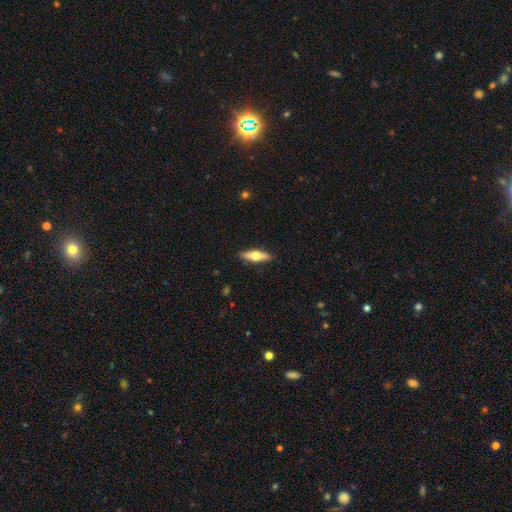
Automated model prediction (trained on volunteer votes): A smooth galaxy with no disk features (49%). Merging: none (89%).